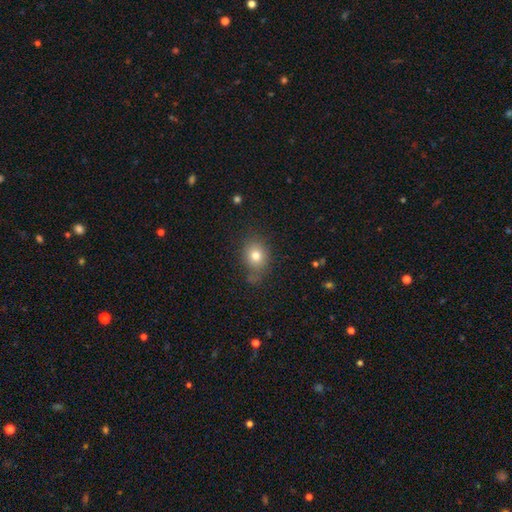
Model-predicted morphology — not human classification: The model was most divided on "how rounded": round: 58%, in between: 41%, cigar-shaped: 1%. More confident: smooth or featured — smooth (77%); merging — none (68%).